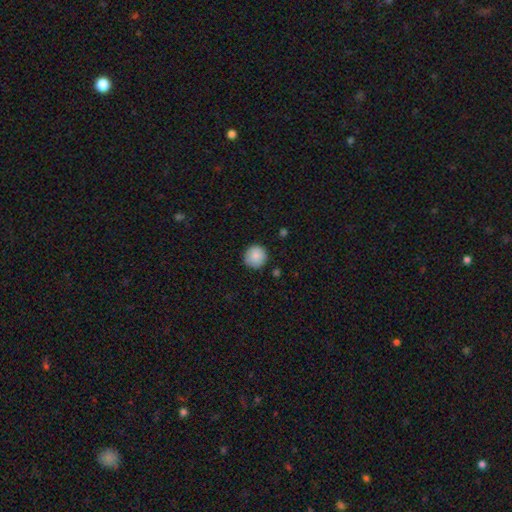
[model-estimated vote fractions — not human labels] Smooth or featured: smooth — 86% (star or artifact — 8%)
How rounded: round — 94% (in between — 5%)
Merging: none — 87% (minor disturbance — 10%)